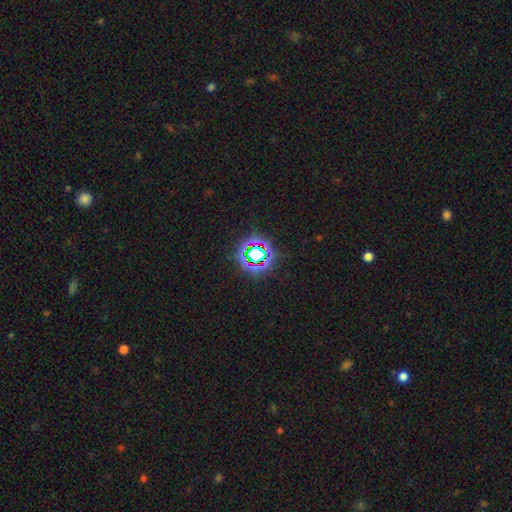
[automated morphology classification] This appears to be a star or artifact, not a galaxy (67%).